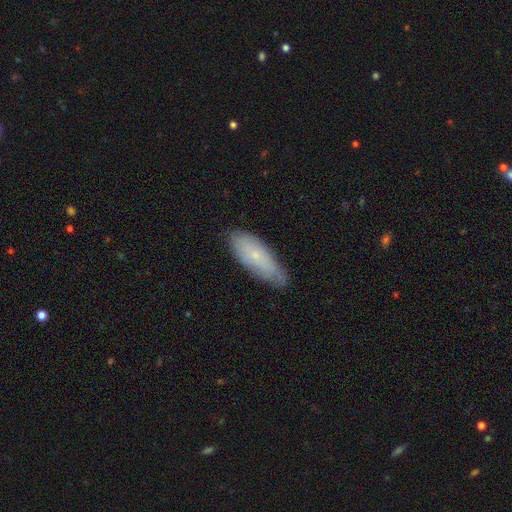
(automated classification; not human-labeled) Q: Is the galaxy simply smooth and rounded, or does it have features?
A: smooth — 62%.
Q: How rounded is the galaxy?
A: in between — 69%.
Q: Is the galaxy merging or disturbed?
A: none — 69%.